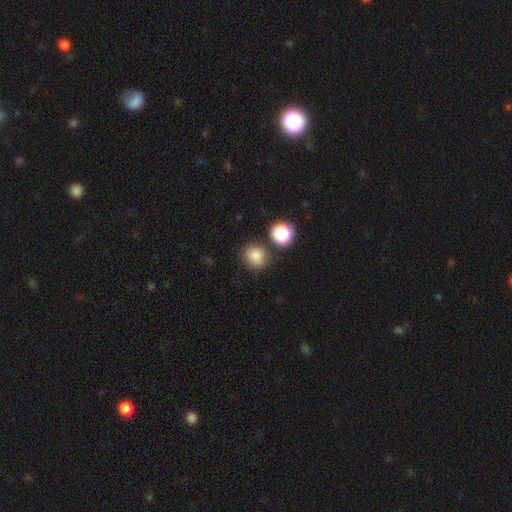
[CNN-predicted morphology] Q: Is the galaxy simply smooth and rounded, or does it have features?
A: smooth — 82%.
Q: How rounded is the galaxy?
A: round — 75%.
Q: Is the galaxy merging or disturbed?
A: none — 76%.